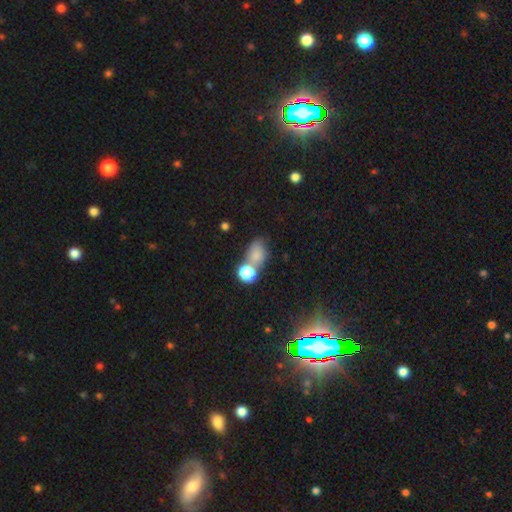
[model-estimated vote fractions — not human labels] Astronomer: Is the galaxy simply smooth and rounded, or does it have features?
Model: smooth — 79%.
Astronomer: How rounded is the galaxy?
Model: in between — 69%.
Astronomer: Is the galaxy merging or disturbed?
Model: merger — 44% (runner-up: none, 35%).